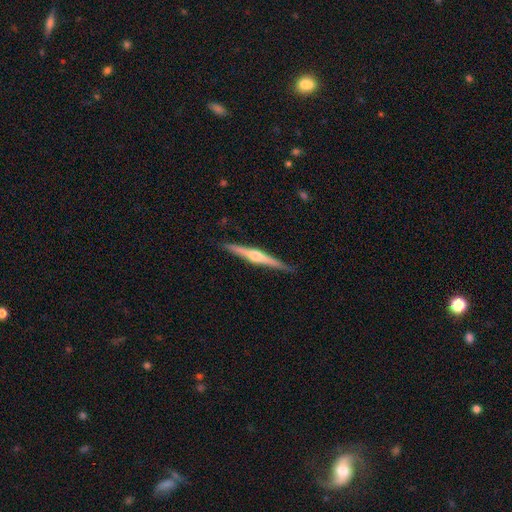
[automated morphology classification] A featured or disk galaxy (78%) viewed edge-on (98%) with a rounded central bulge (91%). Merging: none (90%).